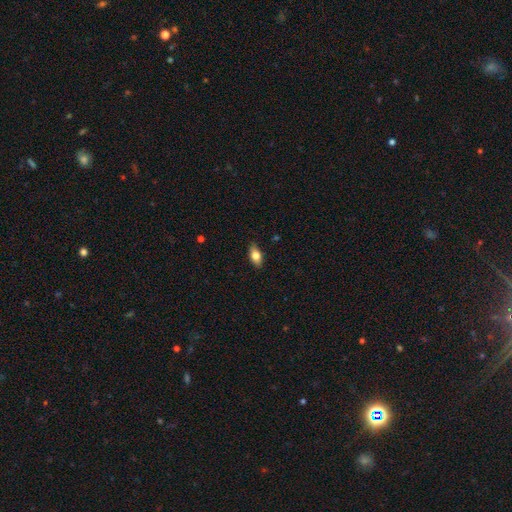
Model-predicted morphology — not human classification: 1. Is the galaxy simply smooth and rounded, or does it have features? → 74% smooth, 19% featured or disk, 7% star or artifact.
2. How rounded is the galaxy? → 86% in between, 8% cigar-shaped, 6% round.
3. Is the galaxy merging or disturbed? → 86% none, 11% minor disturbance, 2% major disturbance, 1% merger.